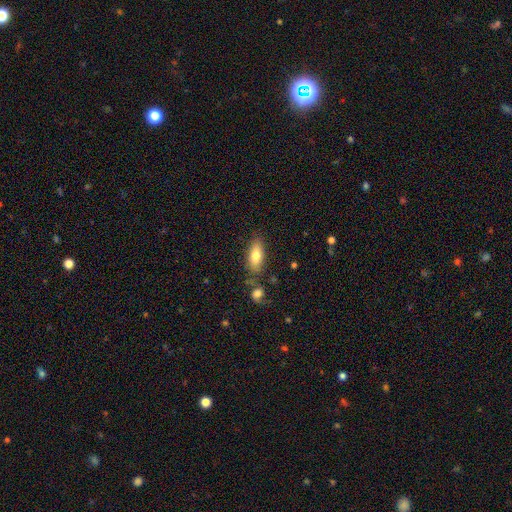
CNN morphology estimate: Smooth or featured? Predicted: smooth (p=0.77). How rounded? Predicted: in between (p=0.78). Merging? Predicted: none (p=0.76).